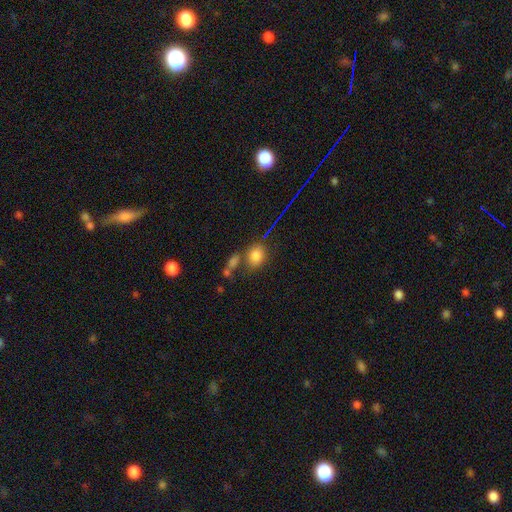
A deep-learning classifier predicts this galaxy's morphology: Smooth or featured? smooth (78%)
How rounded? round (53%)
Merging? none (57%)